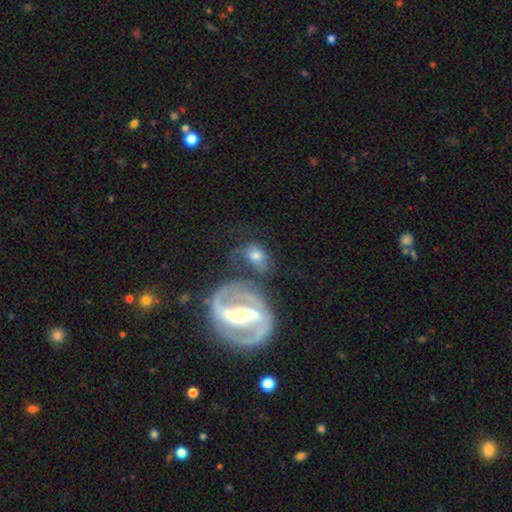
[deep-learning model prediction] Smooth or featured? featured or disk (51%)
Edge-on disk? no (94%)
Merging? none (44%)